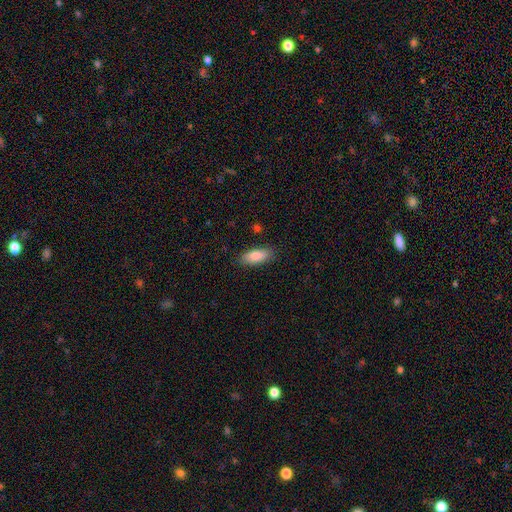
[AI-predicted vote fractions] Smooth or featured: smooth — 86% (featured or disk — 8%)
How rounded: in between — 79% (cigar-shaped — 19%)
Merging: none — 86% (minor disturbance — 11%)